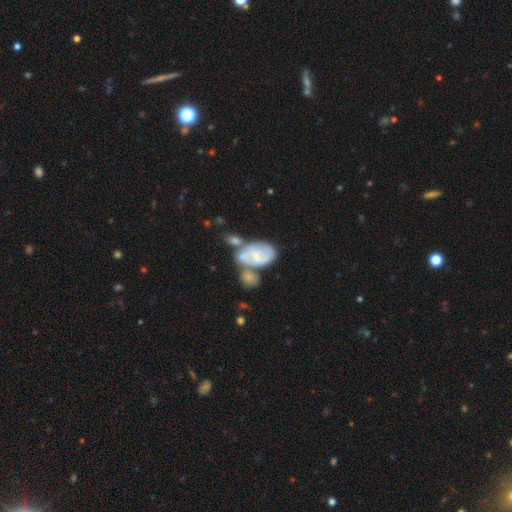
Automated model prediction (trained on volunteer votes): A featured or disk galaxy (63%) with no bar (51%), spiral arms (76%) and a small central bulge (57%).

Vote fractions:
- Smooth or featured? featured or disk: 63% / smooth: 30% / star or artifact: 6%
- Edge-on disk? no: 97% / yes: 3%
- Bar? no: 51% / weak: 40% / strong: 9%
- Spiral arms? yes: 76% / no: 24%
- Bulge size? small: 57% / moderate: 26% / none: 13% / large: 2% / dominant: 1%
- Merging? merger: 47% / none: 26% / minor disturbance: 17% / major disturbance: 10%